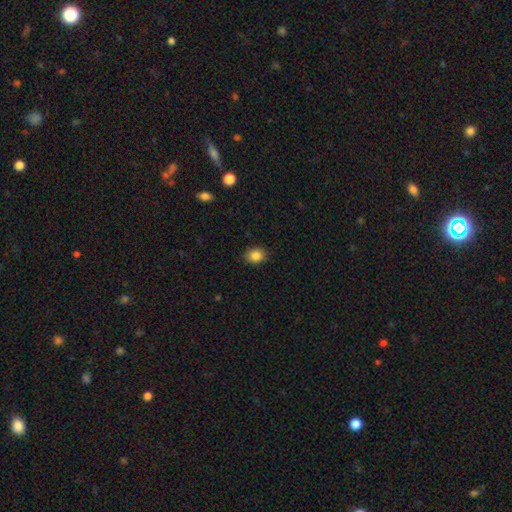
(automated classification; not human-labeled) smooth_or_featured: smooth (p=0.85) [alt: star or artifact p=0.09]
how_rounded: in between (p=0.57) [alt: round p=0.42]
merging: none (p=0.88) [alt: minor disturbance p=0.09]